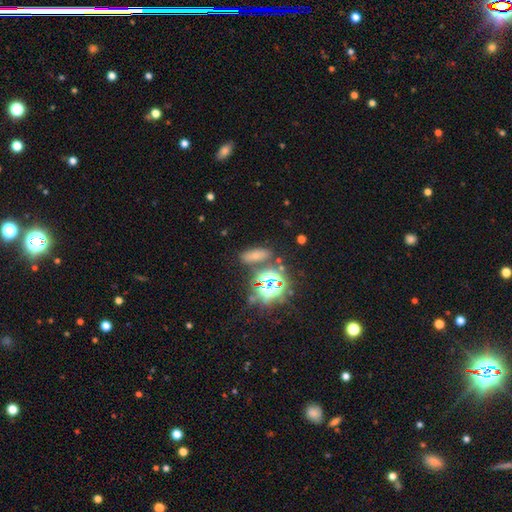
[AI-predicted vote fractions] This is possibly a smooth galaxy (52%). How rounded: likely in between (66%). Merging: likely none (77%).